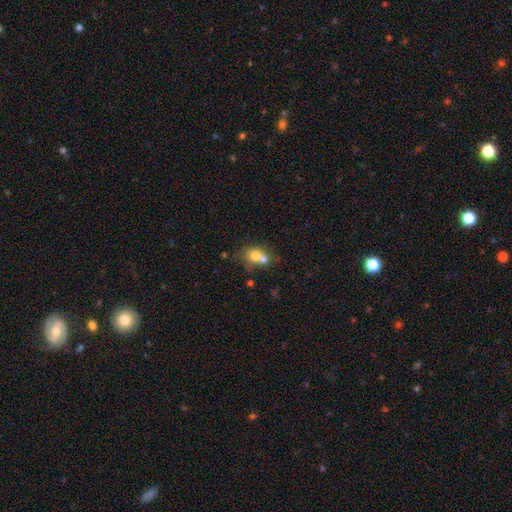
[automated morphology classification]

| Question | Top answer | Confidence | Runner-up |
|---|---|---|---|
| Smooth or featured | smooth | 70% | featured or disk (19%) |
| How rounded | round | 63% | in between (35%) |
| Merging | merger | 57% | none (31%) |